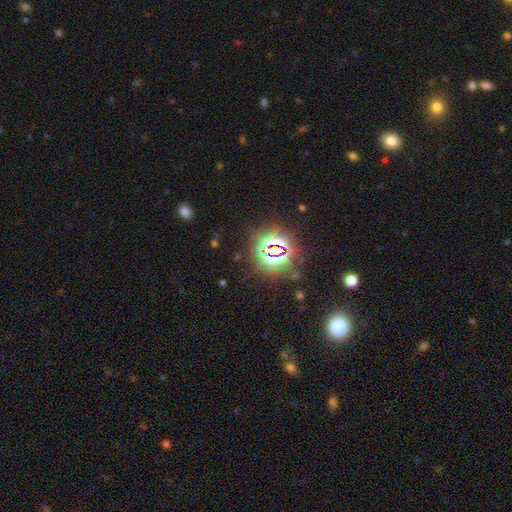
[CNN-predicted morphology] Smooth or featured? Predicted: star or artifact (p=0.79).